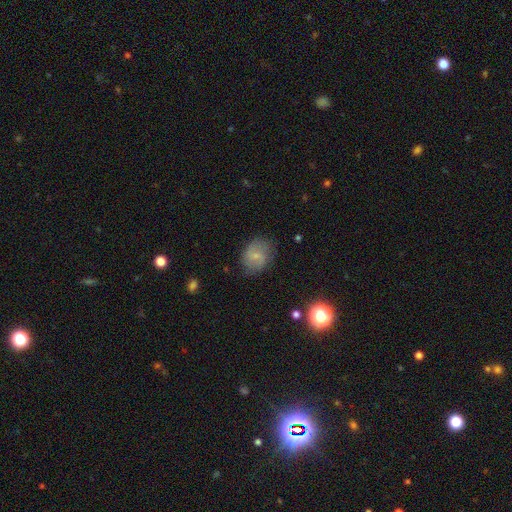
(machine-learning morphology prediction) smooth 52%, featured or disk 39%, star or artifact 9%. Down the decision tree: how rounded — in between (52%); merging — none (70%).